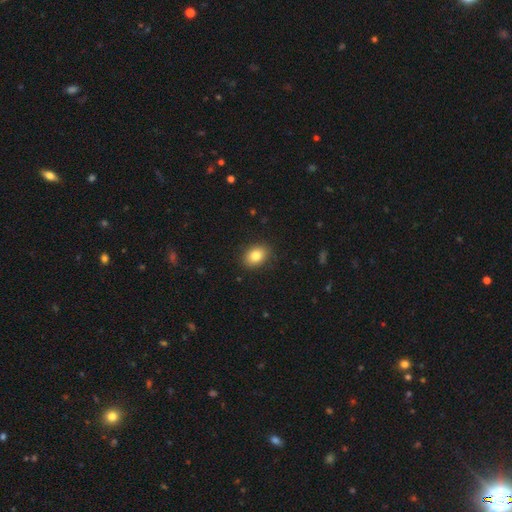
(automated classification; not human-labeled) Morphology: type=smooth (83%); roundness=in between (71%); merging=none (88%).